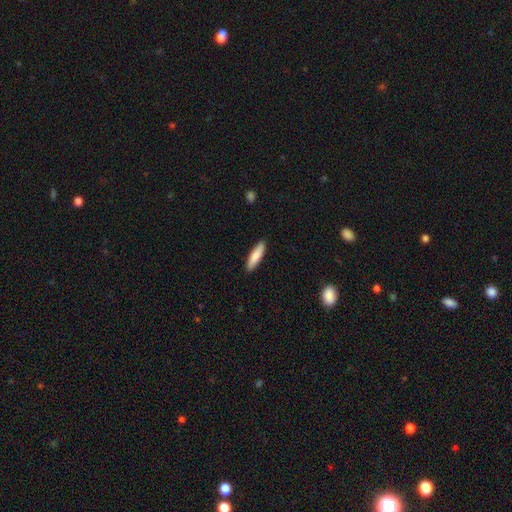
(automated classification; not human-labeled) This appears to be a smooth galaxy with no disk features (81%) that is cigar-shaped (72%). Merging: none (89%).